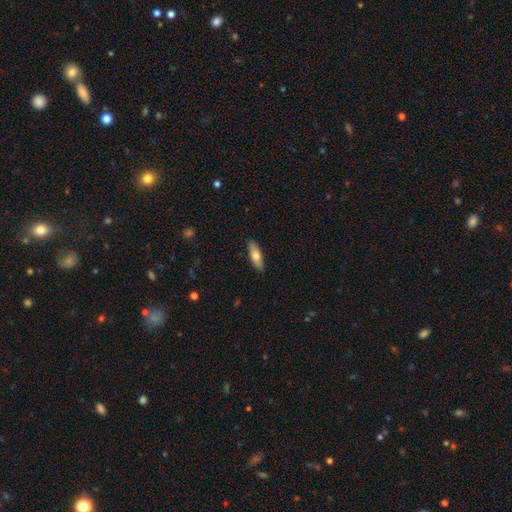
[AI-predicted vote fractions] This appears to be a smooth galaxy with no disk features (69%) that is in between round and cigar-shaped (60%). Merging: none (88%).